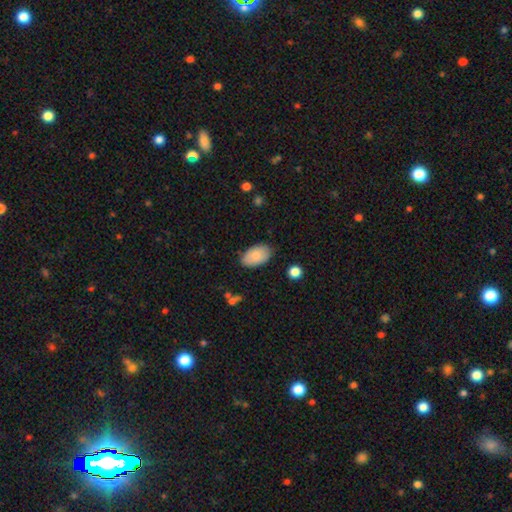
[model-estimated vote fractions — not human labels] Overall: smooth (82%). How rounded: in between (94%). Merging: none (82%).